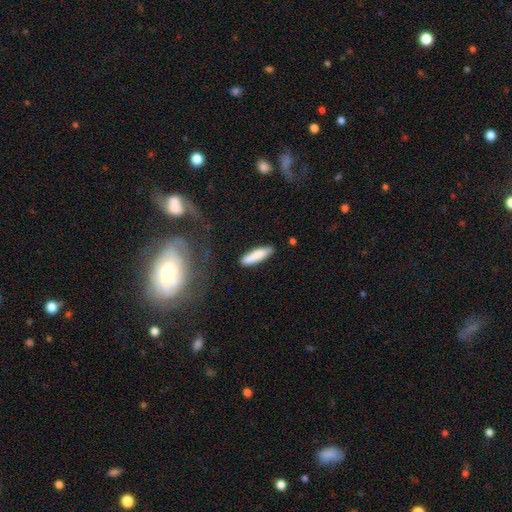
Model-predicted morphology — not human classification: This appears to be a smooth galaxy with no disk features (81%) that is cigar-shaped (72%). Merging: none (82%).